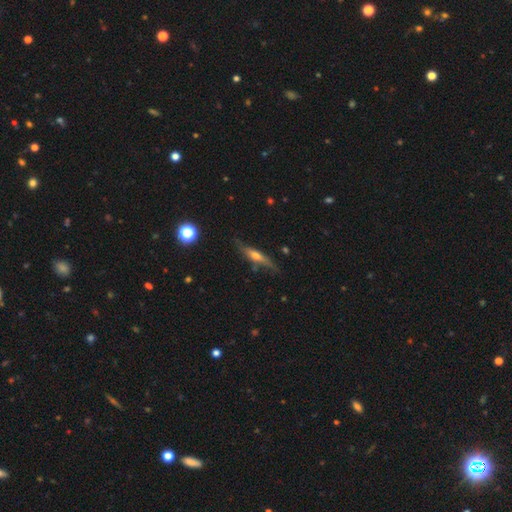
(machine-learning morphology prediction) Smooth or featured? featured or disk (61%)
Edge-on disk? yes (91%)
Edge-on bulge? rounded (83%)
Merging? none (76%)